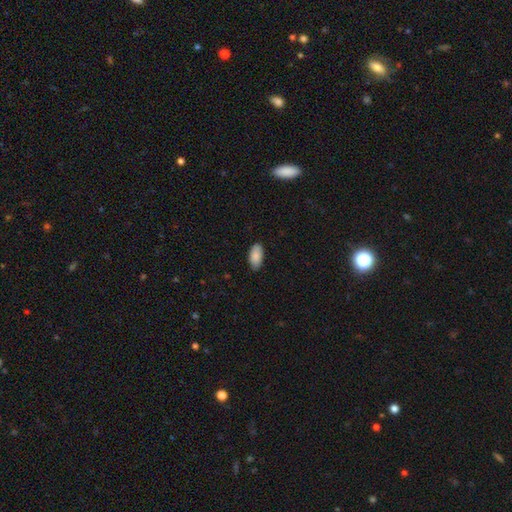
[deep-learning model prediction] Smooth or featured? smooth (87%)
How rounded? in between (94%)
Merging? none (84%)